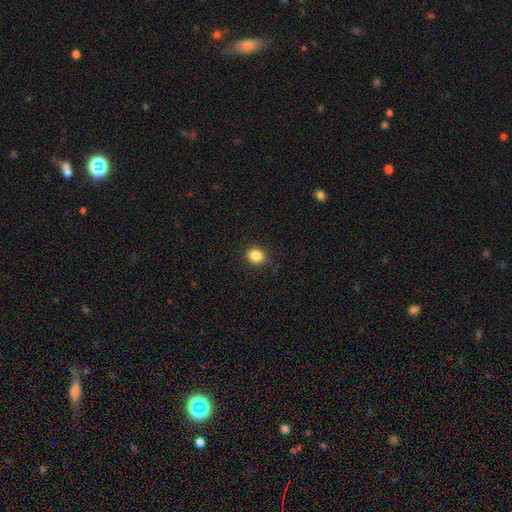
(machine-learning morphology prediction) This appears to be a smooth galaxy with no disk features (86%) that is round (82%). Merging: none (89%).